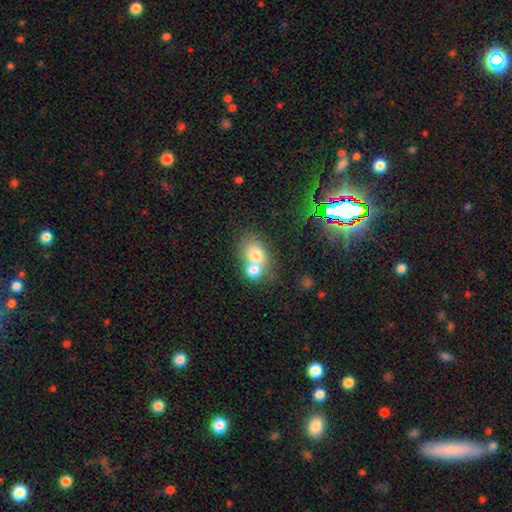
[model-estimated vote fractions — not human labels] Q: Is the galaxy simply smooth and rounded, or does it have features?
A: smooth — 70%.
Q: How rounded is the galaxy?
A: in between — 50%.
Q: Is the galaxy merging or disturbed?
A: merger — 66%.